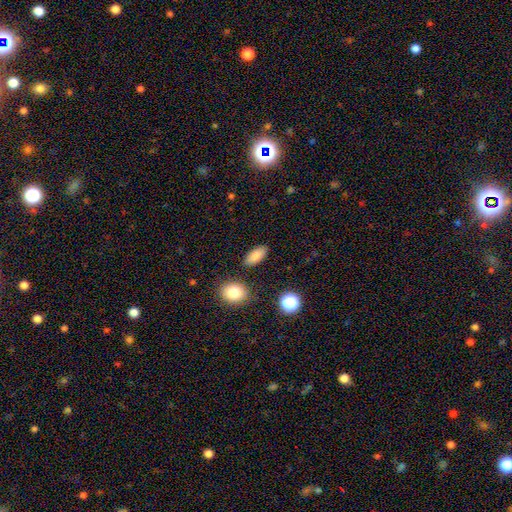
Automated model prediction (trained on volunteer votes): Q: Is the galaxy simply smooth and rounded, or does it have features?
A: smooth — 83%.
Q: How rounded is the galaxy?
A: in between — 87%.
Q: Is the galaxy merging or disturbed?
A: none — 87%.